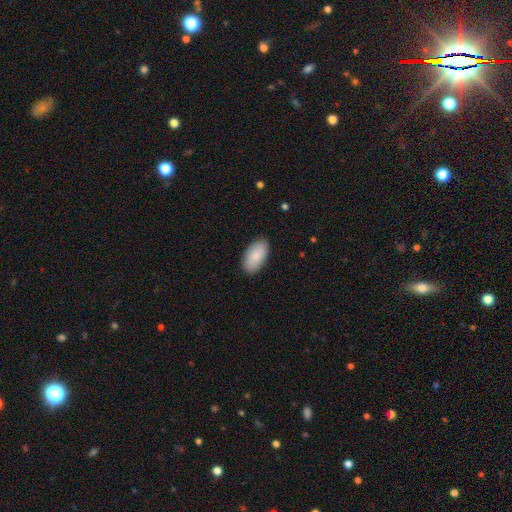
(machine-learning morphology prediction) This is clearly a smooth galaxy (87%). How rounded: clearly in between (96%). Merging: clearly none (89%).